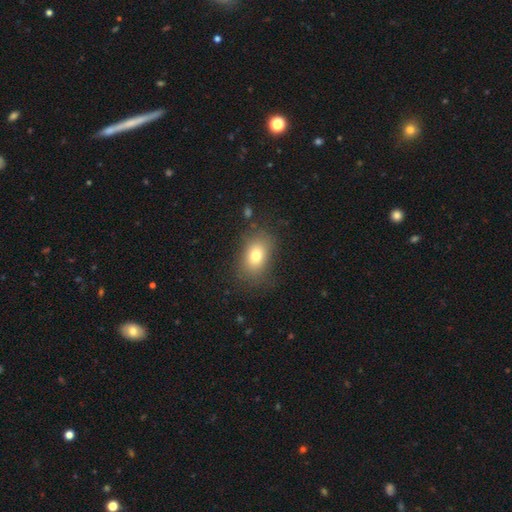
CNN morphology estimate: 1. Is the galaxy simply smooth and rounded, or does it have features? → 76% smooth, 13% featured or disk, 11% star or artifact.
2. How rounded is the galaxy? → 75% in between, 24% round, 1% cigar-shaped.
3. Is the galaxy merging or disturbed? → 77% none, 15% minor disturbance, 6% major disturbance, 2% merger.